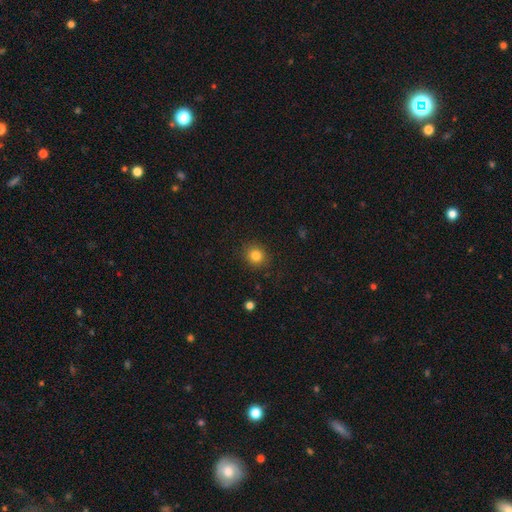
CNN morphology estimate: Overall: smooth (83%). How rounded: round (86%). Merging: none (89%).